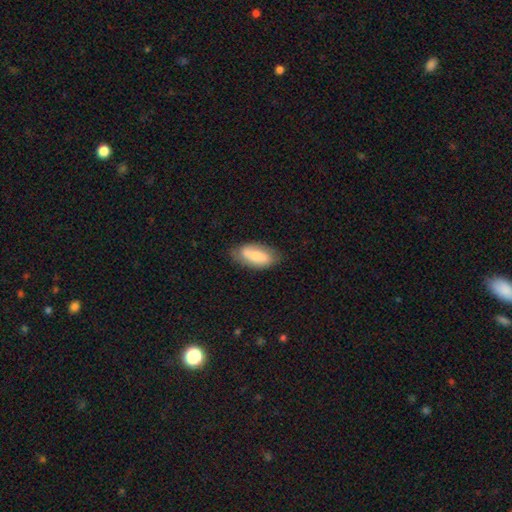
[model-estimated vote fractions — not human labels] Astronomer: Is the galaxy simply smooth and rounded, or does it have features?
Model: smooth — 62%.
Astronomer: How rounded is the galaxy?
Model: in between — 90%.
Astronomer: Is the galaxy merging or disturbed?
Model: none — 73%.